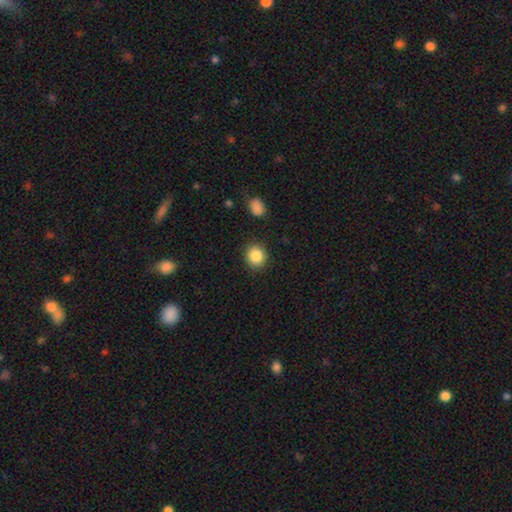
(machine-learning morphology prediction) Overall: smooth (87%). How rounded: round (84%). Merging: none (88%).